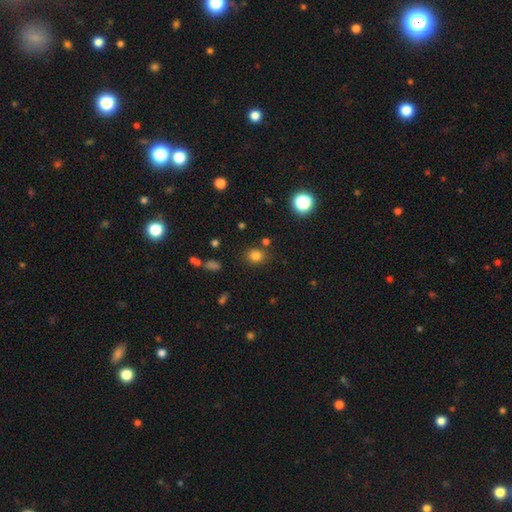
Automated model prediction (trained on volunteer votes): The model was most divided on "how rounded": round: 72%, in between: 27%, cigar-shaped: 1%. More confident: merging — none (81%); smooth or featured — smooth (79%).